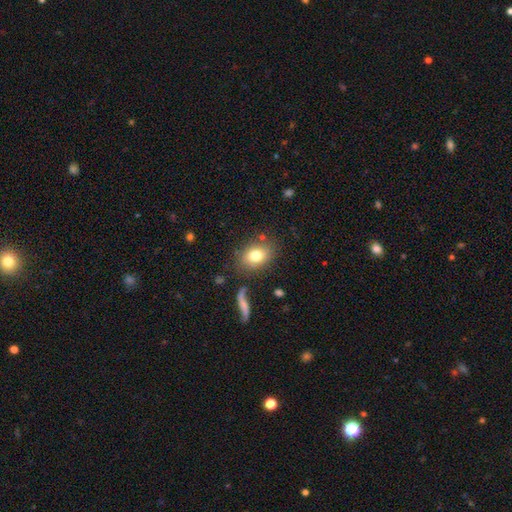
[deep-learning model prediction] This appears to be a smooth galaxy with no disk features (77%) that is in between round and cigar-shaped (67%). Merging: none (78%).